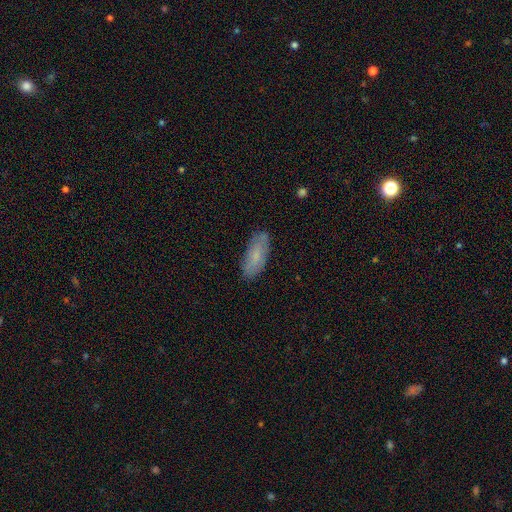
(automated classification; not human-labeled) smooth-or-featured: smooth: 69% | featured or disk: 24% | star or artifact: 7%
  how-rounded: in between: 73% | cigar-shaped: 25% | round: 2%
  merging: none: 82% | minor disturbance: 14% | major disturbance: 3% | merger: 1%